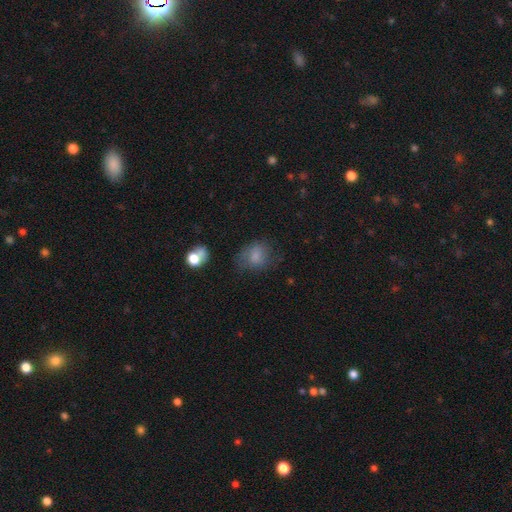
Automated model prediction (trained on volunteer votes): This is likely a smooth galaxy (75%). How rounded: possibly round (50%). Merging: possibly none (55%).